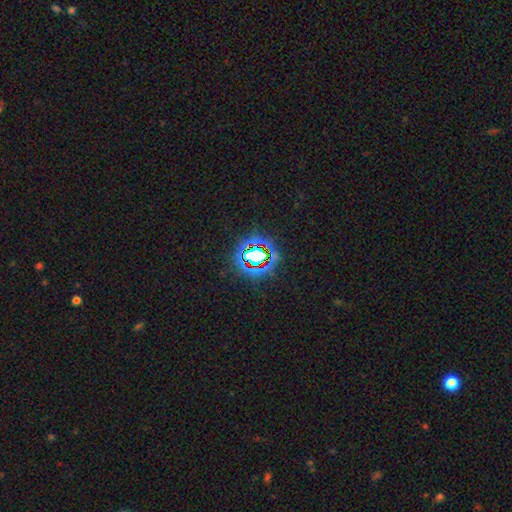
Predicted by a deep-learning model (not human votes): smooth_or_featured: star or artifact (p=0.72) [alt: smooth p=0.17]